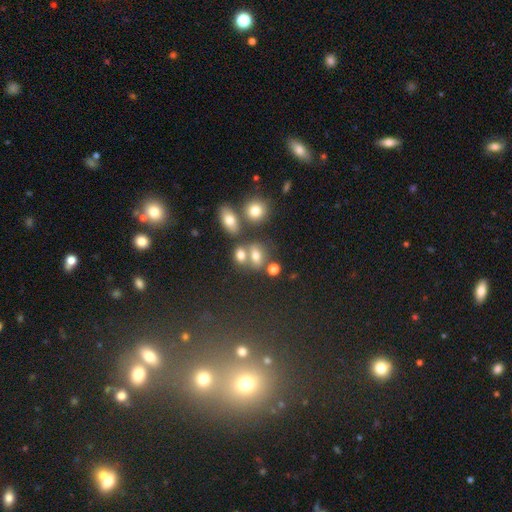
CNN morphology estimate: This is likely a smooth galaxy (67%). How rounded: likely in between (70%). Merging: possibly none (46%).